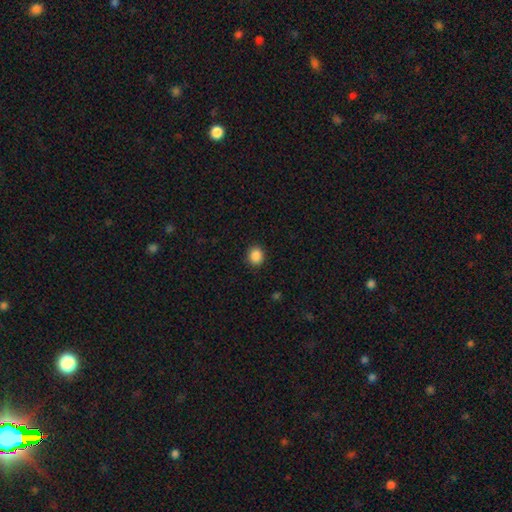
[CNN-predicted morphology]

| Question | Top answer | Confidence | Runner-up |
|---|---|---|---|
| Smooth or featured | smooth | 88% | star or artifact (10%) |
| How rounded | round | 74% | in between (25%) |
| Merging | none | 90% | minor disturbance (7%) |